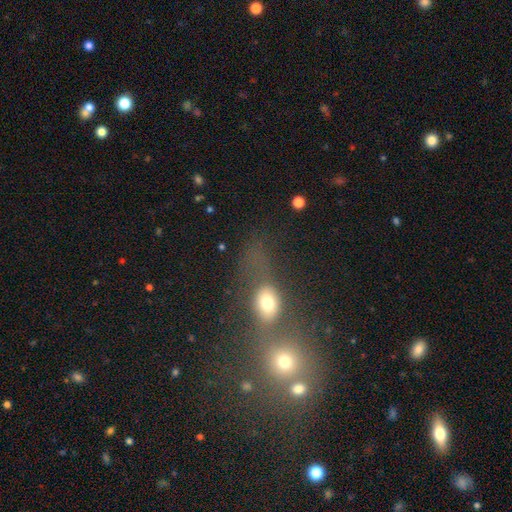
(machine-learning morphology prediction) smooth_or_featured: smooth (p=0.58) [alt: star or artifact p=0.23]
how_rounded: in between (p=0.59) [alt: round p=0.34]
merging: merger (p=0.42) [alt: none p=0.29]